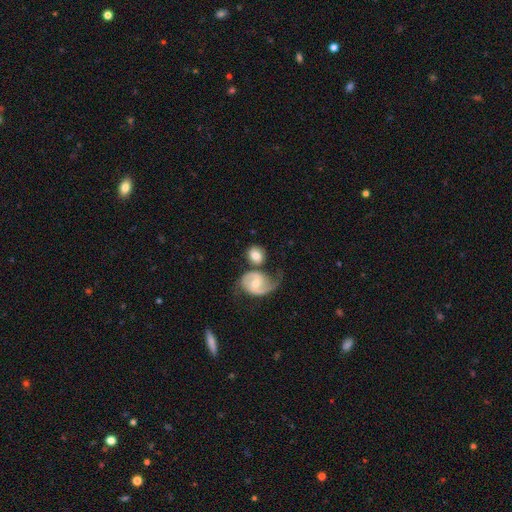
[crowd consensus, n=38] This is likely a smooth galaxy (63%). How rounded: possibly round (58%). Merging: possibly none (51%).